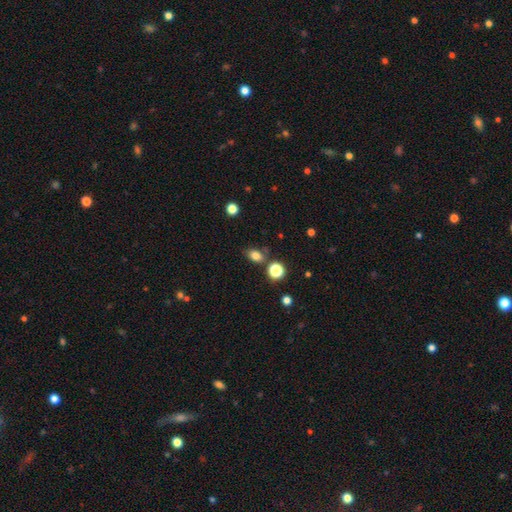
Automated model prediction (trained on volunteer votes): This appears to be a smooth galaxy with no disk features (80%) that is in between round and cigar-shaped (69%). Merging: none (74%).